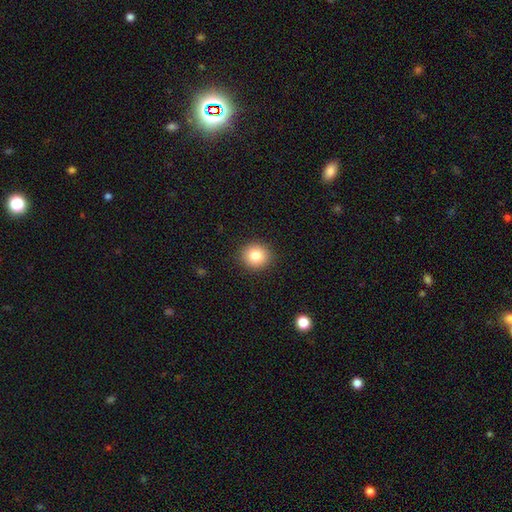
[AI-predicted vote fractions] Morphology: type=smooth (83%); roundness=round (87%); merging=none (91%).